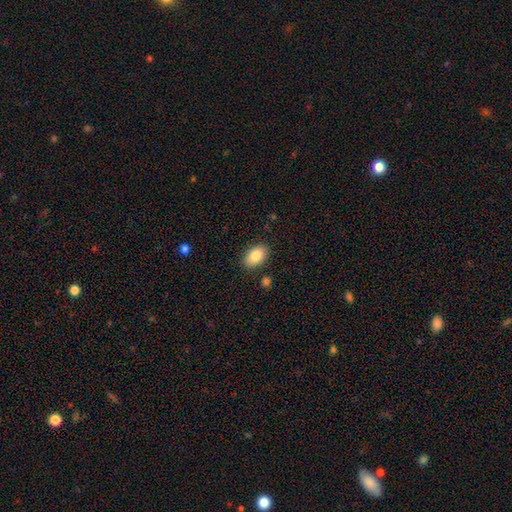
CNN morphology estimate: Smooth or featured? smooth (84%)
How rounded? in between (91%)
Merging? none (86%)